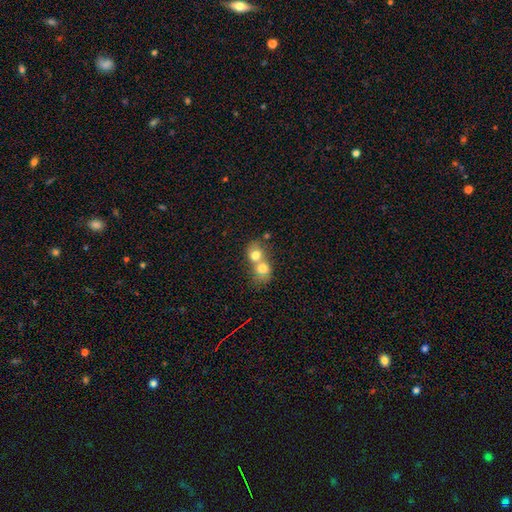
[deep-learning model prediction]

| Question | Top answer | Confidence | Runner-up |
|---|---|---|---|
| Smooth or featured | smooth | 72% | featured or disk (18%) |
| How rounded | round | 64% | in between (35%) |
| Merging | merger | 77% | none (16%) |